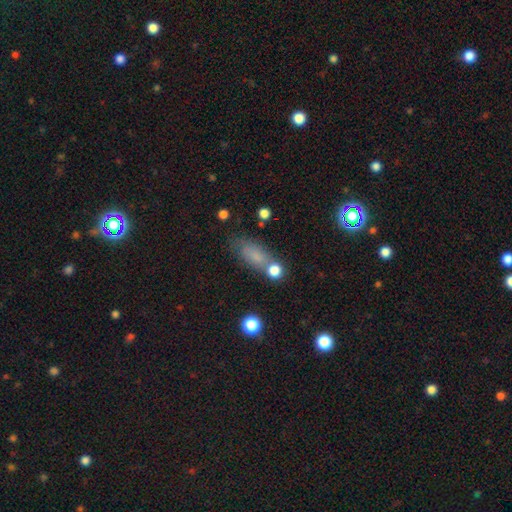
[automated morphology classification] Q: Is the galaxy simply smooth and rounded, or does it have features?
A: smooth — 71%.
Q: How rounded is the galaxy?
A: in between — 73%.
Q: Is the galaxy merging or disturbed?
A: none — 61%.